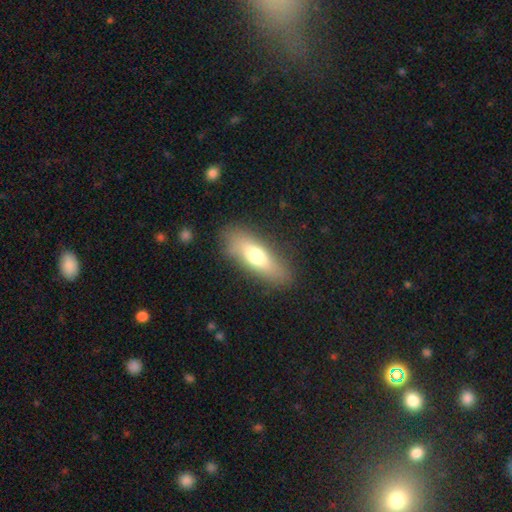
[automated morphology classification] This is likely a smooth galaxy (65%). How rounded: likely in between (62%). Merging: clearly none (81%).